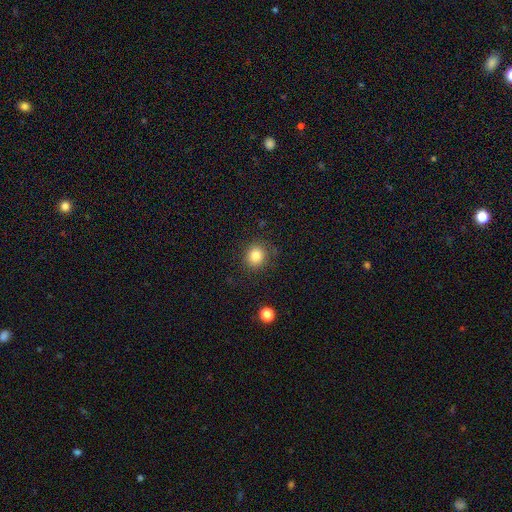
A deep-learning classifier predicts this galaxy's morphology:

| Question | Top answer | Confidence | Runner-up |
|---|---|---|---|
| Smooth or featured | smooth | 82% | star or artifact (11%) |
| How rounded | round | 85% | in between (14%) |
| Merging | none | 86% | minor disturbance (10%) |